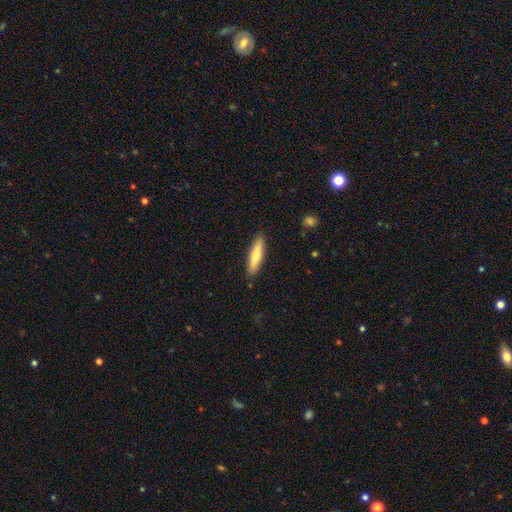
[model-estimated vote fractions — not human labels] Morphology: type=smooth (61%); roundness=cigar-shaped (76%); merging=none (89%).